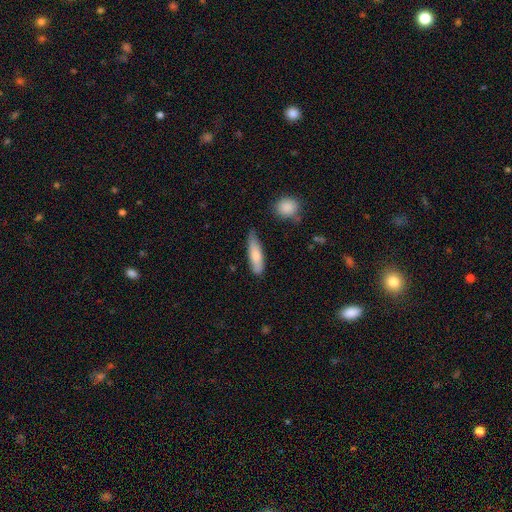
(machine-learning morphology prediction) Smooth or featured? smooth (76%)
How rounded? cigar-shaped (64%)
Merging? none (62%)